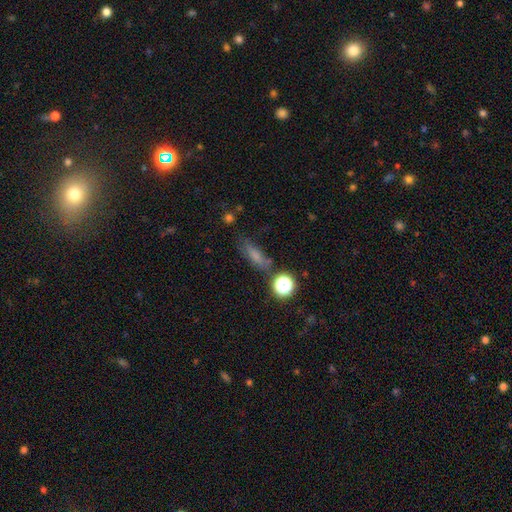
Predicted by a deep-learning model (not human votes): A smooth galaxy with no disk features (67%) that is in between round and cigar-shaped (49%).

Vote fractions:
- Smooth or featured? smooth: 67% / star or artifact: 18% / featured or disk: 15%
- How rounded? in between: 49% / cigar-shaped: 41% / round: 11%
- Merging? none: 62% / minor disturbance: 22% / major disturbance: 9% / merger: 7%